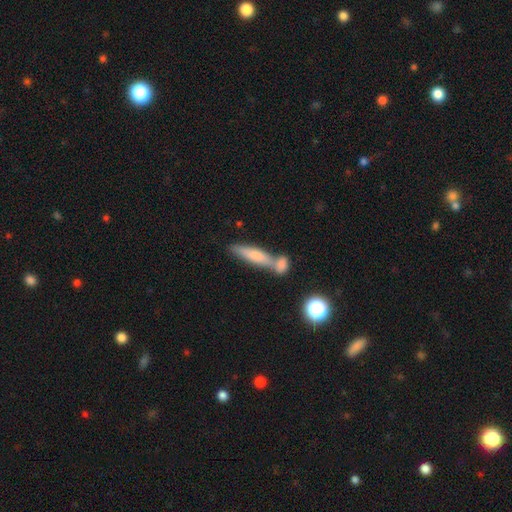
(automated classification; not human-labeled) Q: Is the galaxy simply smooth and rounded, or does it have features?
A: smooth — 66%.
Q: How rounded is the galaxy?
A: cigar-shaped — 74%.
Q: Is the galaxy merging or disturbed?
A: merger — 44%.